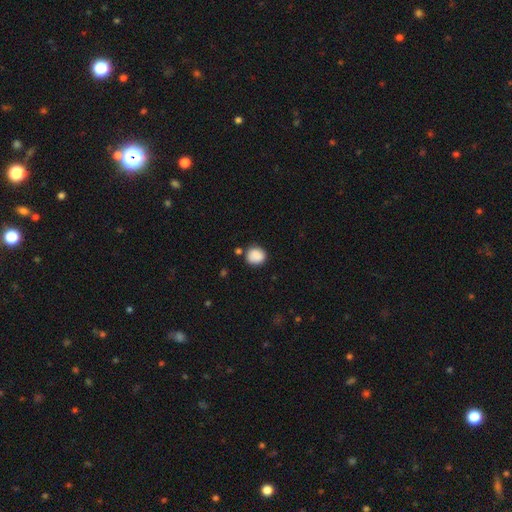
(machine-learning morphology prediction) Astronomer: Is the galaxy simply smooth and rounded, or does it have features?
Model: smooth — 88%.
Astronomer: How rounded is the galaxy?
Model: round — 81%.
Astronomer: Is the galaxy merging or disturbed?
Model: none — 76%.